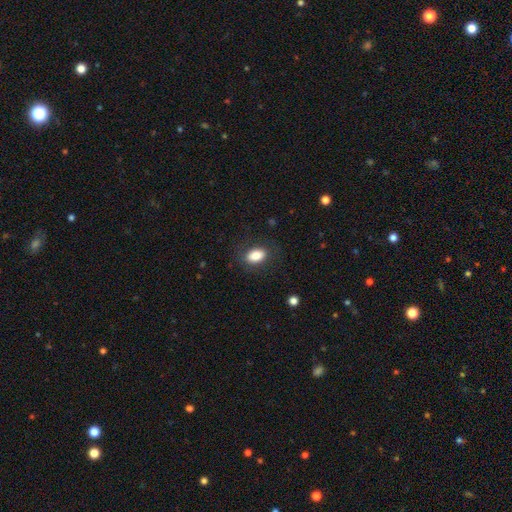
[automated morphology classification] Q: Smooth or featured?
A: smooth (85%); runner-up: star or artifact (8%)
Q: How rounded?
A: in between (84%); runner-up: round (14%)
Q: Merging?
A: none (82%); runner-up: minor disturbance (12%)